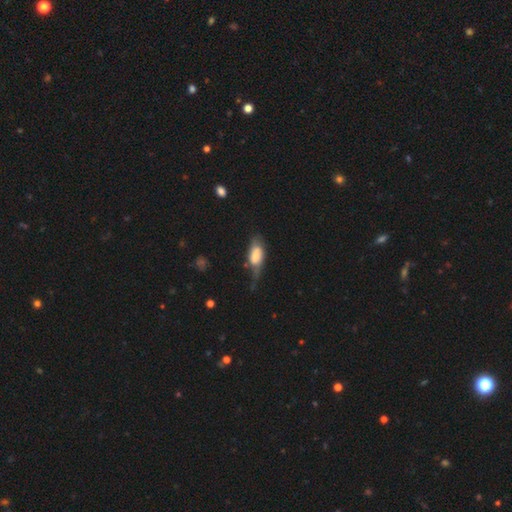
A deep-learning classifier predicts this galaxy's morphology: Overall: smooth (61%; featured or disk 32%). How rounded: in between (84%). Merging: minor disturbance (35%; none 33%).